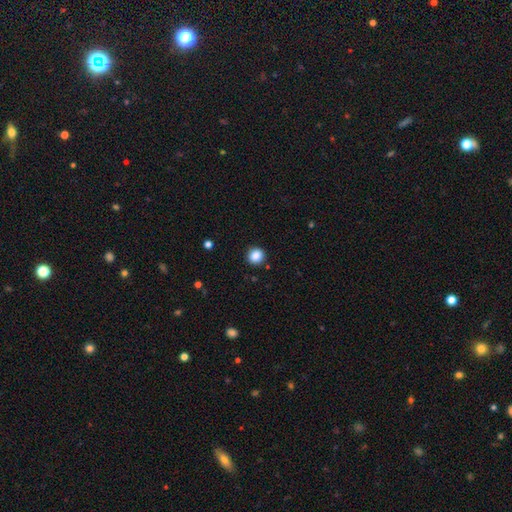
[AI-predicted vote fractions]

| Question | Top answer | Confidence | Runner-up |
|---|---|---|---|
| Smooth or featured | smooth | 87% | star or artifact (10%) |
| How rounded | round | 92% | in between (7%) |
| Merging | none | 91% | minor disturbance (6%) |